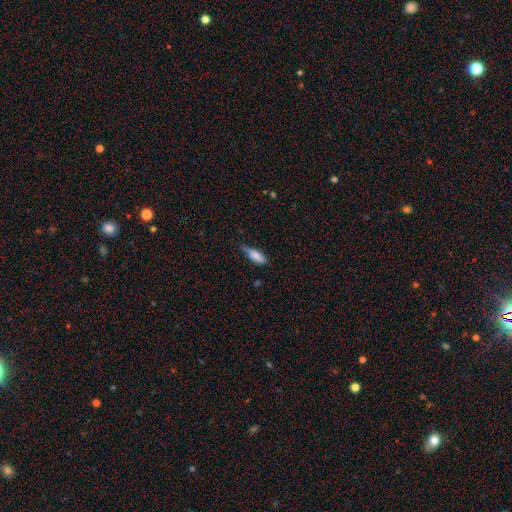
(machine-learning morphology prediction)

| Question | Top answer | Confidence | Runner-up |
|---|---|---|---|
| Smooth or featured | smooth | 76% | featured or disk (17%) |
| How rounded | in between | 55% | cigar-shaped (43%) |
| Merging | none | 55% | minor disturbance (36%) |